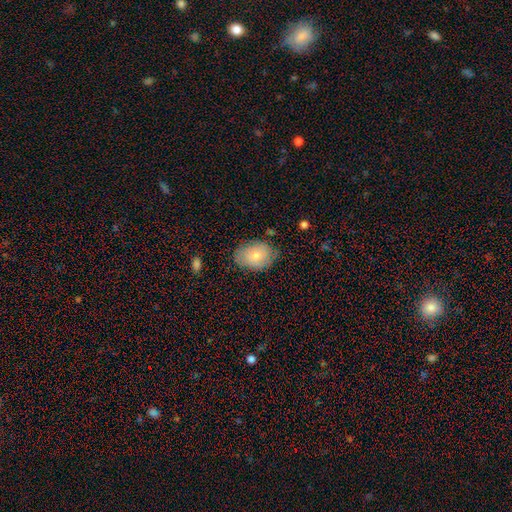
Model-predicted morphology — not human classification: smooth 77%, featured or disk 16%, star or artifact 7%. Down the decision tree: how rounded — in between (79%); merging — none (75%).